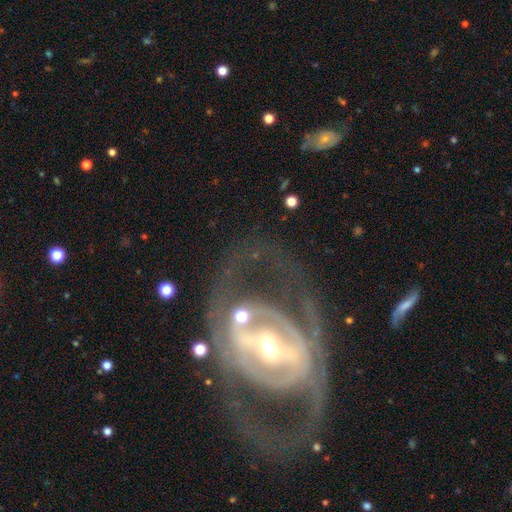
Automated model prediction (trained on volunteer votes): Smooth or featured? featured or disk (87%)
Edge-on disk? no (94%)
Bar? strong (52%)
Spiral arms? yes (73%)
Spiral winding? medium (41%)
Spiral arm count? 2 (65%)
Bulge size? small (47%)
Merging? none (60%)